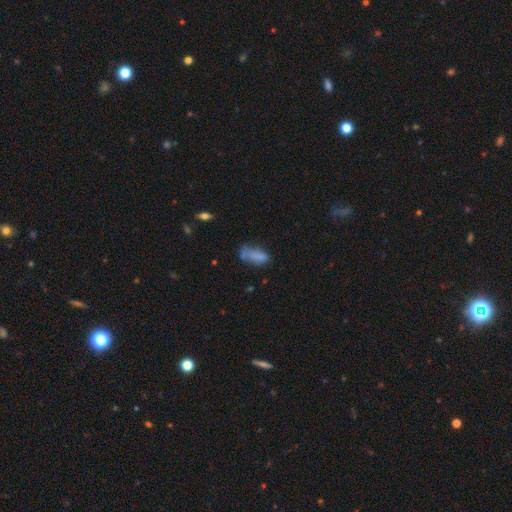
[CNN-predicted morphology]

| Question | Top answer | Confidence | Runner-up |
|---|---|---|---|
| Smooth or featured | smooth | 74% | featured or disk (15%) |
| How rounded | in between | 81% | cigar-shaped (16%) |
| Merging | none | 39% | minor disturbance (29%) |